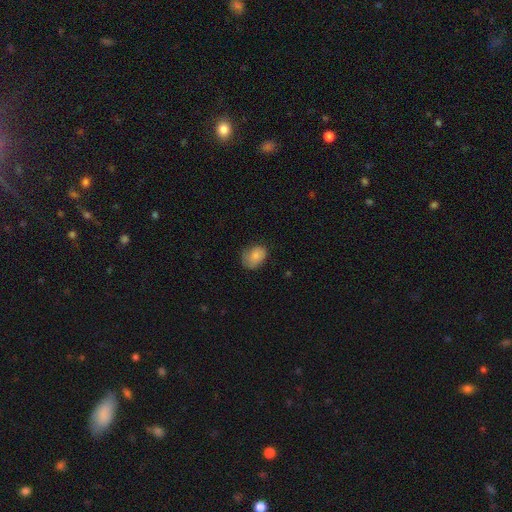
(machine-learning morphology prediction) This appears to be a smooth galaxy with no disk features (81%) that is in between round and cigar-shaped (65%). Merging: none (59%).